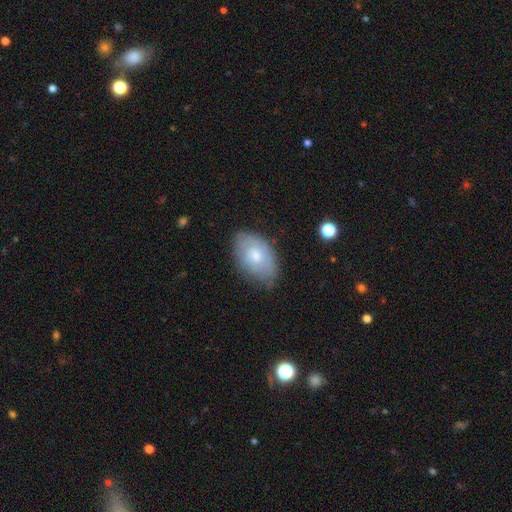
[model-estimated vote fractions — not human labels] Overall: smooth (52%; featured or disk 41%). How rounded: in between (90%). Merging: none (70%).